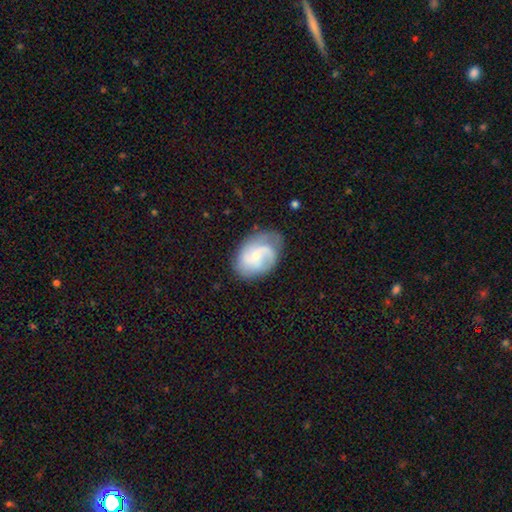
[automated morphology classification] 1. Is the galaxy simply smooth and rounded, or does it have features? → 70% featured or disk, 23% smooth, 7% star or artifact.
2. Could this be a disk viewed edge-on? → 97% no, 3% yes.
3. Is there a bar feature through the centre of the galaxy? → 56% no, 37% weak, 7% strong.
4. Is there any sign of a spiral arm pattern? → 91% yes, 9% no.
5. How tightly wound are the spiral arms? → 44% medium, 31% tight, 26% loose.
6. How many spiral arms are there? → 50% 2, 21% can't tell, 13% 1, 12% 3, 3% 4, 2% more than 4.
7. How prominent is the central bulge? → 62% small, 32% moderate, 3% none, 2% large, 1% dominant.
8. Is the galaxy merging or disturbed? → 63% none, 25% minor disturbance, 11% major disturbance, 2% merger.